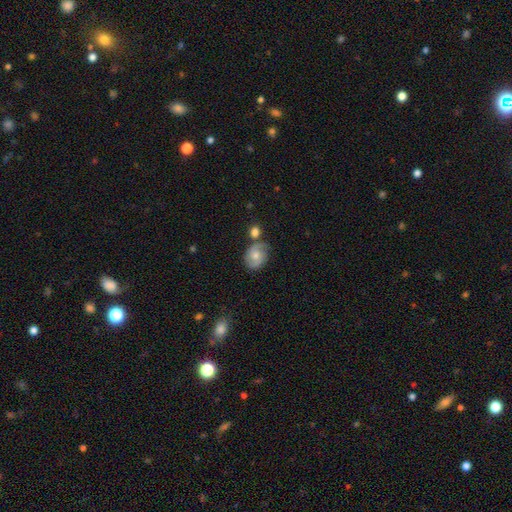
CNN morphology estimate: A featured or disk galaxy (48%).

Vote fractions:
- Smooth or featured? featured or disk: 48% / smooth: 44% / star or artifact: 8%
- Merging? none: 57% / minor disturbance: 21% / merger: 15% / major disturbance: 6%